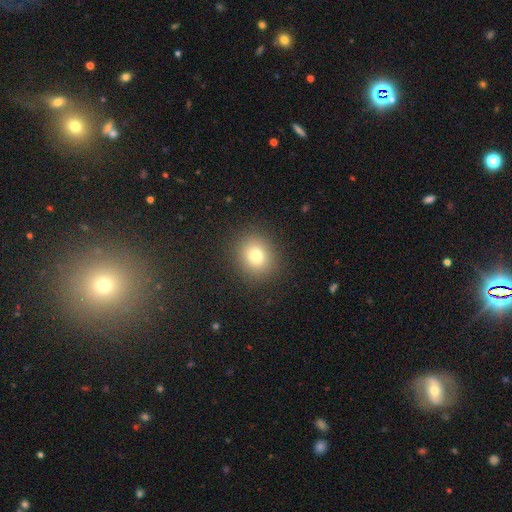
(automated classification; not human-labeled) Overall: smooth (76%). How rounded: round (82%). Merging: none (89%).